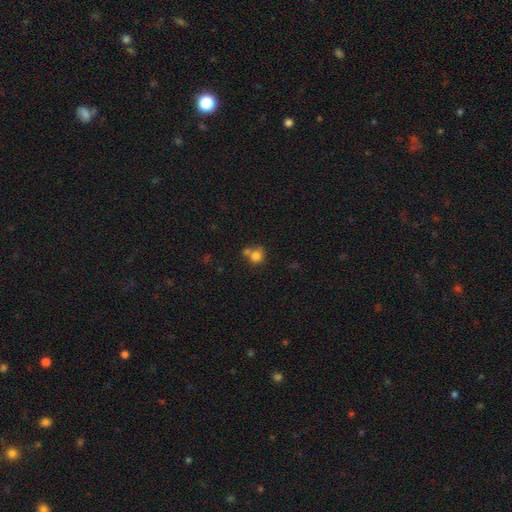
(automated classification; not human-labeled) A smooth galaxy with no disk features (79%) that is round (83%).

Vote fractions:
- Smooth or featured? smooth: 79% / star or artifact: 11% / featured or disk: 10%
- How rounded? round: 83% / in between: 16% / cigar-shaped: 1%
- Merging? none: 46% / merger: 38% / minor disturbance: 12% / major disturbance: 5%